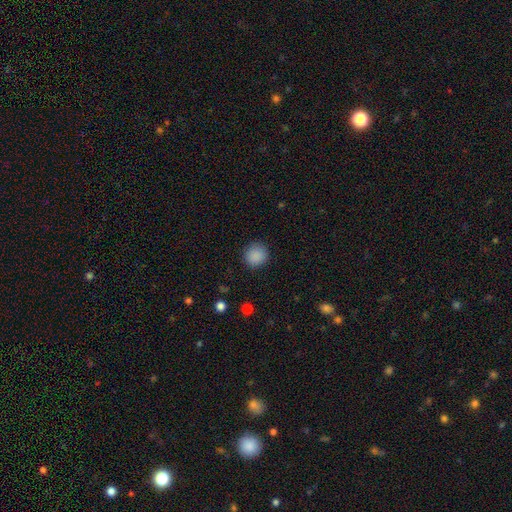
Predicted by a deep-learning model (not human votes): A smooth galaxy with no disk features (88%) that is round (91%). Merging: none (89%).